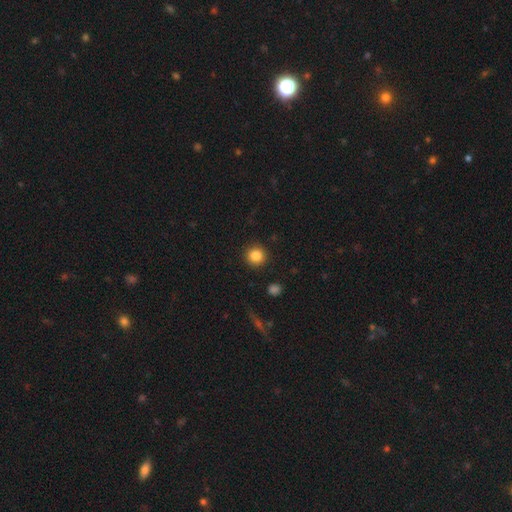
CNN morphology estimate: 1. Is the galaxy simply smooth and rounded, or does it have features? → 85% smooth, 10% star or artifact, 4% featured or disk.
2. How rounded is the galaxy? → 93% round, 6% in between, 1% cigar-shaped.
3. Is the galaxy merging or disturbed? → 91% none, 5% minor disturbance, 2% major disturbance, 1% merger.